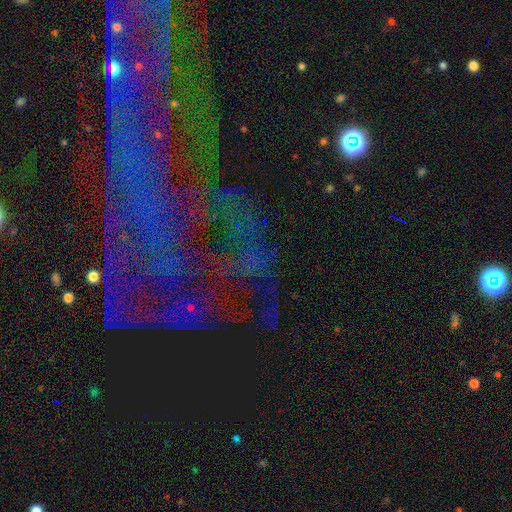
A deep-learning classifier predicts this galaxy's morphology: This appears to be a star or artifact, not a galaxy (66%).